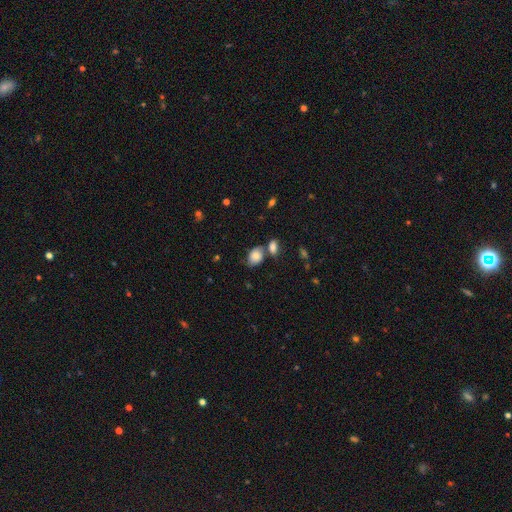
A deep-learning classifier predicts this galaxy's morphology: Smooth or featured? smooth (78%)
How rounded? in between (73%)
Merging? none (53%)